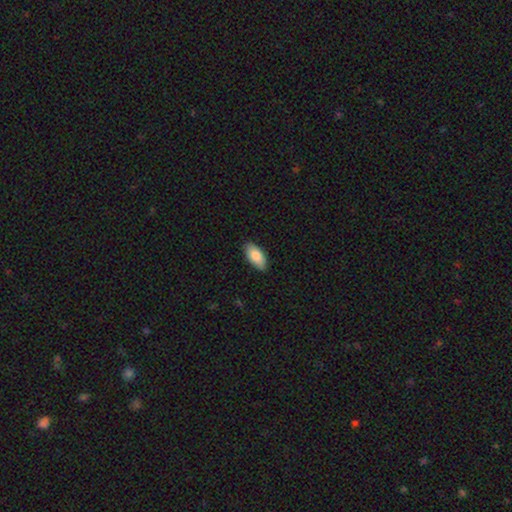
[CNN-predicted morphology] smooth_or_featured: smooth (p=0.85) [alt: featured or disk p=0.09]
how_rounded: in between (p=0.92) [alt: cigar-shaped p=0.05]
merging: none (p=0.86) [alt: minor disturbance p=0.11]